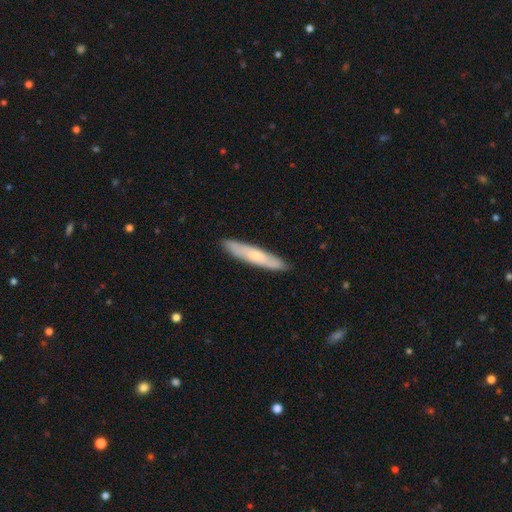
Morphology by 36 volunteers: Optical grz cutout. It shows a smooth galaxy with no disk features (53%) that is cigar-shaped (89%). Merging: none (88%).